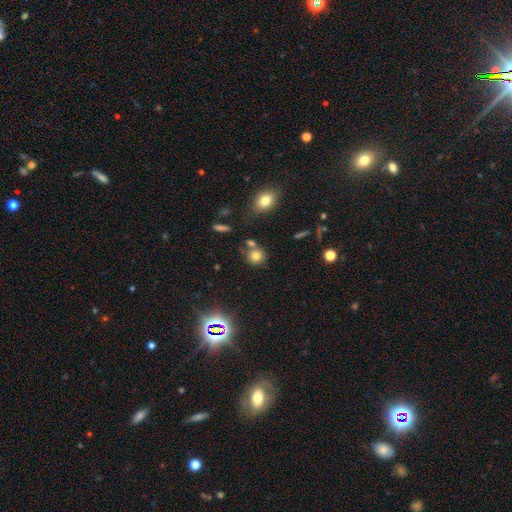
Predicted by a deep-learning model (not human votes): This appears to be a smooth galaxy with no disk features (73%) that is round (86%). Merging: none (70%).